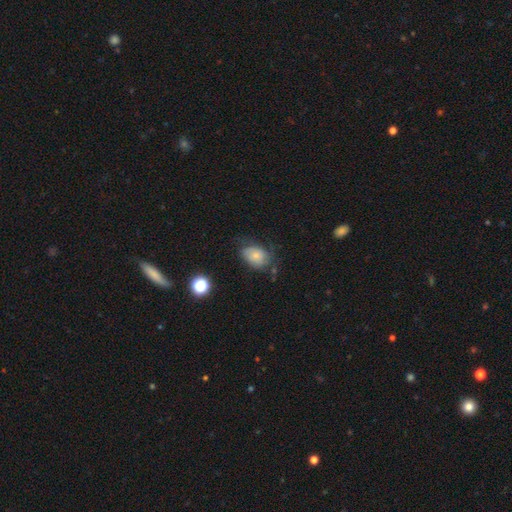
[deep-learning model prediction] A smooth galaxy with no disk features (59%) that is in between round and cigar-shaped (70%). Merging: none (49%).